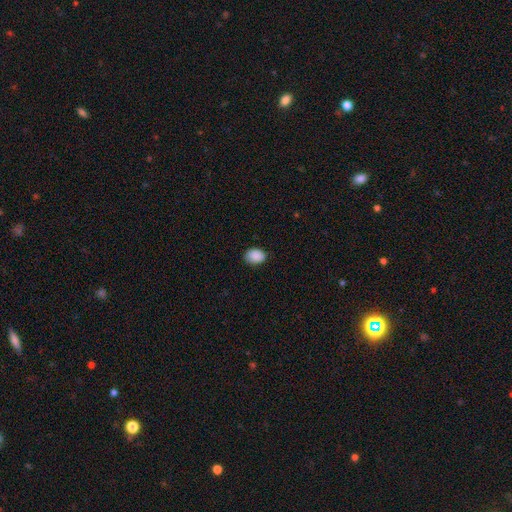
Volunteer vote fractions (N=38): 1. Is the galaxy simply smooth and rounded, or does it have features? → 97% smooth, 3% star or artifact, 0% featured or disk.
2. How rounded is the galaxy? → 65% in between, 35% round, 0% cigar-shaped.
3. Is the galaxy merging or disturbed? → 81% none, 14% minor disturbance, 5% major disturbance, 0% merger.